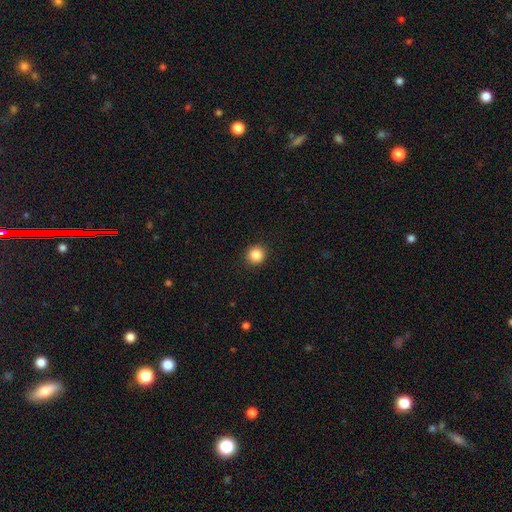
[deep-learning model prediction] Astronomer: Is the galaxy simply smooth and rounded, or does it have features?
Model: smooth — 87%.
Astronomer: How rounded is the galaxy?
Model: round — 93%.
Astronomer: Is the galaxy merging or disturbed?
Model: none — 92%.